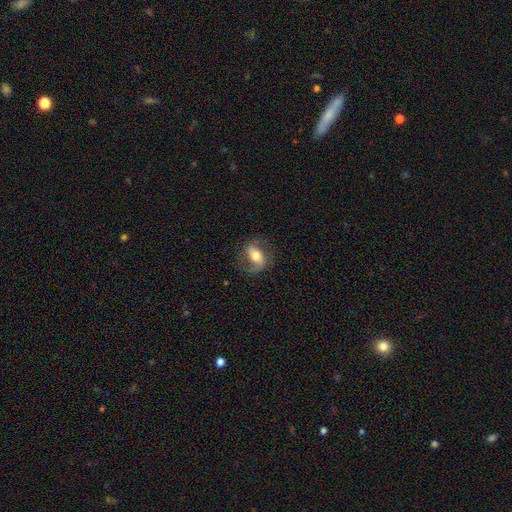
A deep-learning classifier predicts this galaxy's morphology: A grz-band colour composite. It shows a featured or disk galaxy (70%) with a strong bar (41%), 2 (83%) medium (47%) spiral arms (87%) and a moderate central bulge (64%). Merging: none (71%).